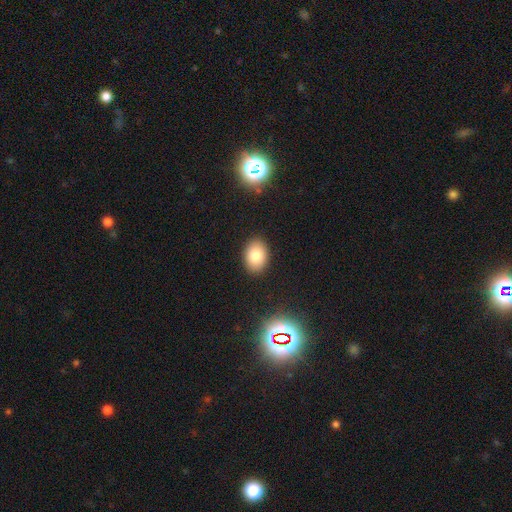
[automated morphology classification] A smooth galaxy with no disk features (81%) that is in between round and cigar-shaped (77%). Merging: none (89%).